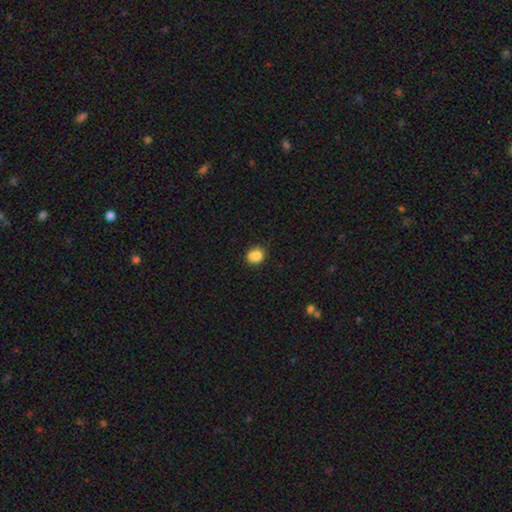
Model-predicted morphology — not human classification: This is likely a smooth galaxy (79%). How rounded: likely round (68%). Merging: possibly none (47%).